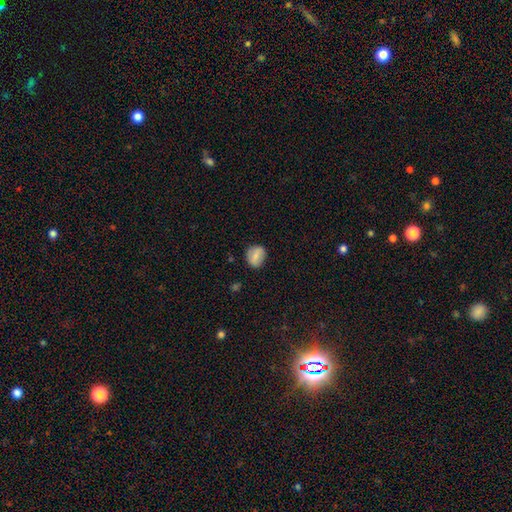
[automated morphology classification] smooth_or_featured: smooth (p=0.69) [alt: featured or disk p=0.22]
how_rounded: round (p=0.65) [alt: in between p=0.33]
merging: none (p=0.81) [alt: minor disturbance p=0.14]